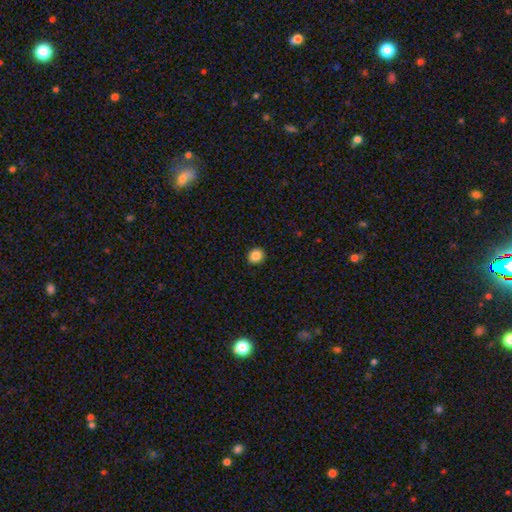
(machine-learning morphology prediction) A smooth galaxy with no disk features (85%) that is round (83%).

Vote fractions:
- Smooth or featured? smooth: 85% / star or artifact: 10% / featured or disk: 5%
- How rounded? round: 83% / in between: 16% / cigar-shaped: 1%
- Merging? none: 92% / minor disturbance: 6% / major disturbance: 2% / merger: 1%